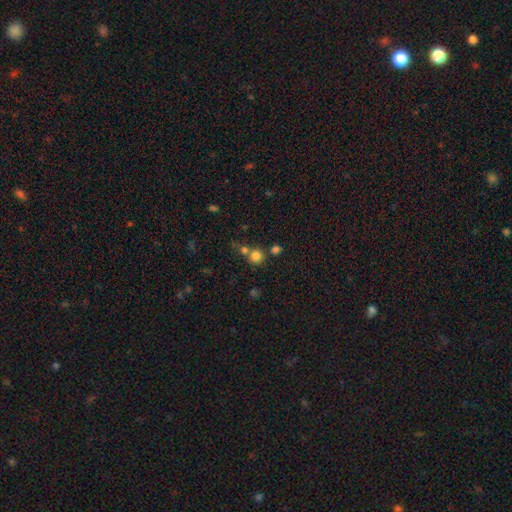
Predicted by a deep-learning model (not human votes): Q: Smooth or featured?
A: smooth (78%); runner-up: star or artifact (15%)
Q: How rounded?
A: round (91%); runner-up: in between (8%)
Q: Merging?
A: none (63%); runner-up: merger (26%)